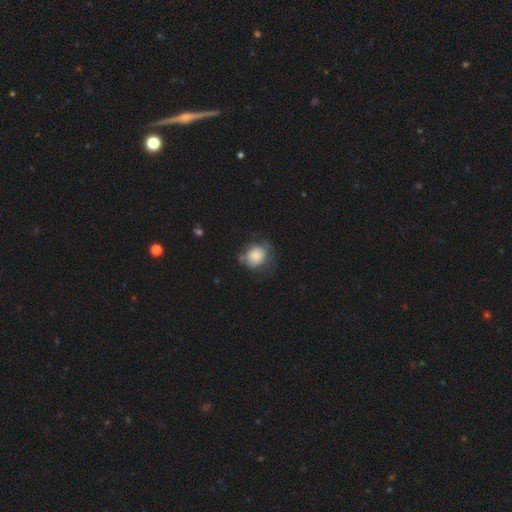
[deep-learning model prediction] Q: Smooth or featured?
A: smooth (74%); runner-up: featured or disk (18%)
Q: How rounded?
A: round (65%); runner-up: in between (34%)
Q: Merging?
A: none (52%); runner-up: minor disturbance (30%)